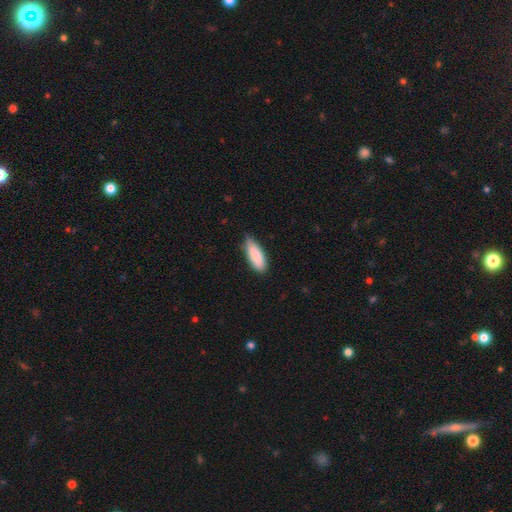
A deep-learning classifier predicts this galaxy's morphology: A smooth galaxy with no disk features (87%) that is in between round and cigar-shaped (73%). Merging: none (70%).